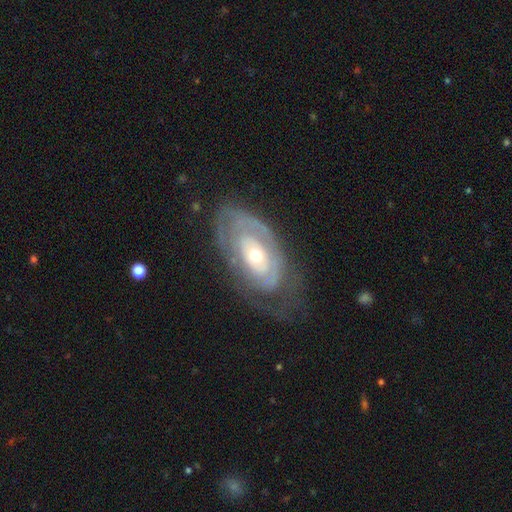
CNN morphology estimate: A featured or disk galaxy (76%) with no bar (81%), spiral arms (65%) and a moderate central bulge (59%). Merging: none (61%).